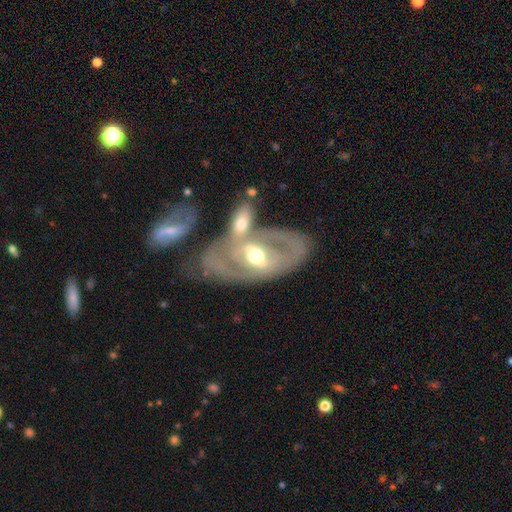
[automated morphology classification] Smooth or featured: featured or disk — 78% (smooth — 17%)
Edge-on disk: no — 90% (yes — 10%)
Bar: weak — 38% (strong — 34%)
Spiral arms: yes — 58% (no — 42%)
Bulge size: moderate — 72% (small — 16%)
Merging: none — 46% (merger — 30%)